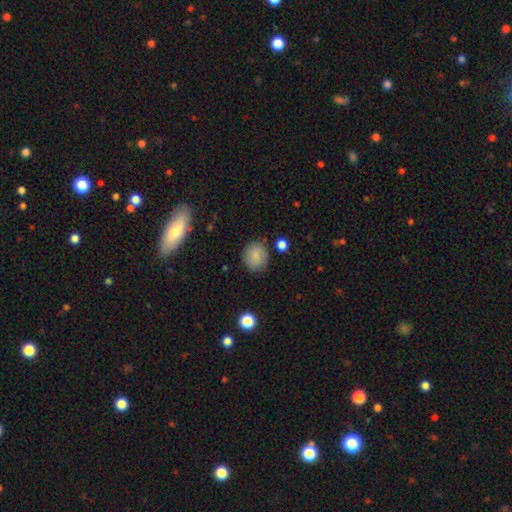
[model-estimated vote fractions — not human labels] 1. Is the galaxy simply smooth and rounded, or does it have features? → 83% smooth, 9% star or artifact, 9% featured or disk.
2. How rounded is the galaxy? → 79% round, 20% in between, 1% cigar-shaped.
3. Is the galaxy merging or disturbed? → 80% none, 14% minor disturbance, 3% major disturbance, 2% merger.